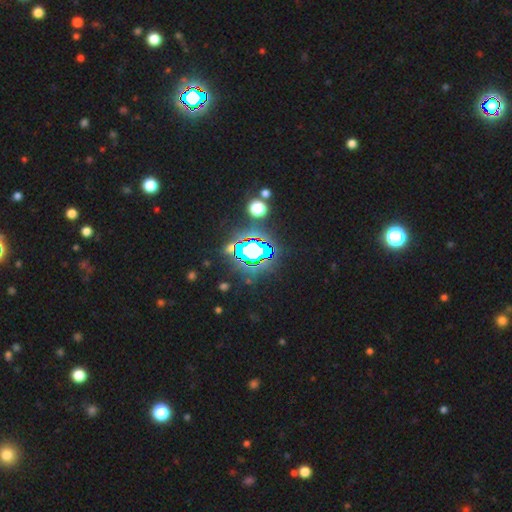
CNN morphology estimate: star or artifact 75%, smooth 15%, featured or disk 11%.